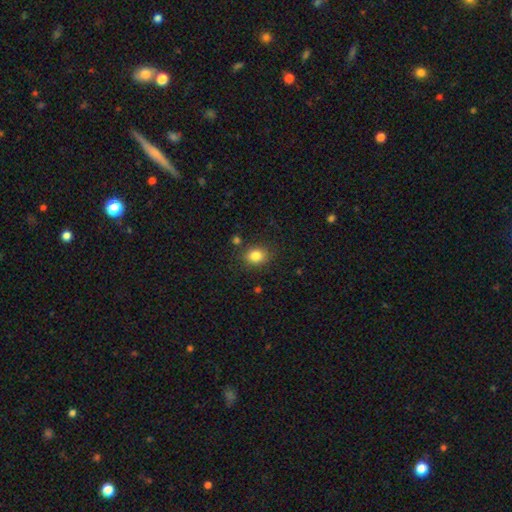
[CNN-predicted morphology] smooth 83%, star or artifact 11%, featured or disk 6%. Down the decision tree: how rounded — round (54%); merging — none (81%).